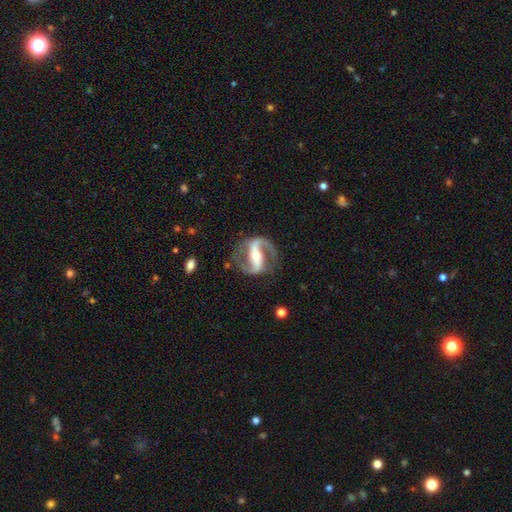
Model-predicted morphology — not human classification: Smooth or featured? featured or disk (92%)
Edge-on disk? no (96%)
Bar? strong (68%)
Spiral arms? yes (97%)
Spiral winding? medium (54%)
Spiral arm count? 2 (92%)
Bulge size? moderate (50%)
Merging? none (80%)